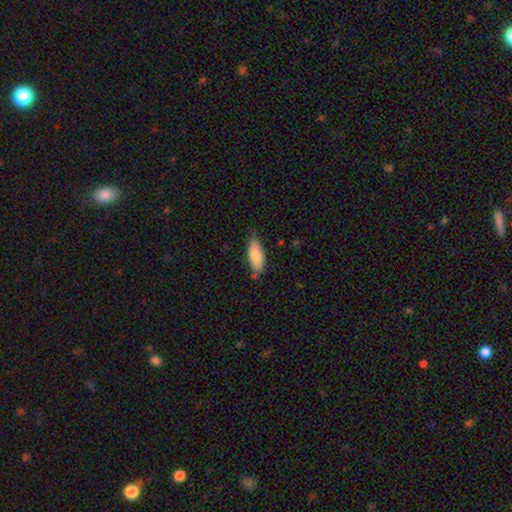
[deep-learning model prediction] Smooth or featured?
  - smooth: 84% *
  - featured or disk: 10%
  - star or artifact: 6%
How rounded?
  - in between: 71% *
  - cigar-shaped: 27%
  - round: 2%
Merging?
  - none: 73% *
  - minor disturbance: 21%
  - major disturbance: 3%
  - merger: 3%